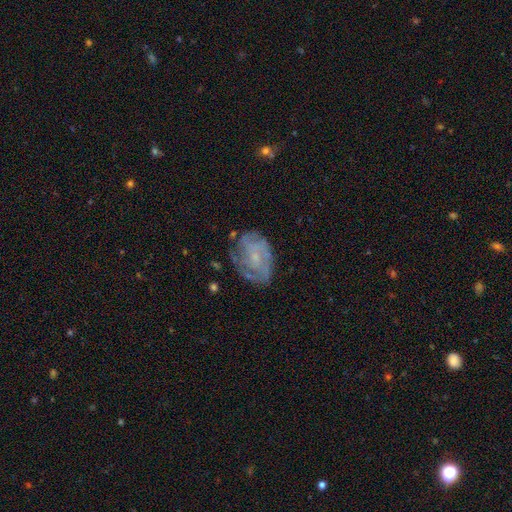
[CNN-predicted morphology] Smooth or featured?
  - featured or disk: 72% *
  - smooth: 20%
  - star or artifact: 8%
Edge-on disk?
  - no: 97% *
  - yes: 3%
Bar?
  - no: 69% *
  - weak: 26%
  - strong: 4%
Spiral arms?
  - yes: 85% *
  - no: 15%
Spiral winding?
  - tight: 51% *
  - medium: 36%
  - loose: 13%
Spiral arm count?
  - can't tell: 40% *
  - 3: 19%
  - 2: 17%
  - 4: 13%
  - 1: 6%
  - more than 4: 5%
Bulge size?
  - small: 73% *
  - moderate: 16%
  - none: 9%
  - large: 1%
  - dominant: 1%
Merging?
  - none: 65% *
  - minor disturbance: 23%
  - major disturbance: 11%
  - merger: 2%